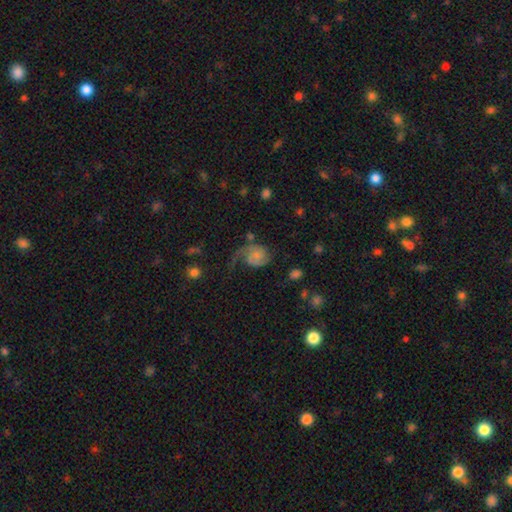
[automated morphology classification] Smooth or featured: featured or disk — 69% (smooth — 23%)
Edge-on disk: no — 98% (yes — 2%)
Bar: no — 69% (weak — 27%)
Spiral arms: yes — 93% (no — 7%)
Spiral winding: medium — 40% (loose — 38%)
Spiral arm count: 1 — 46% (2 — 44%)
Bulge size: small — 46% (none — 28%)
Merging: major disturbance — 39% (none — 36%)